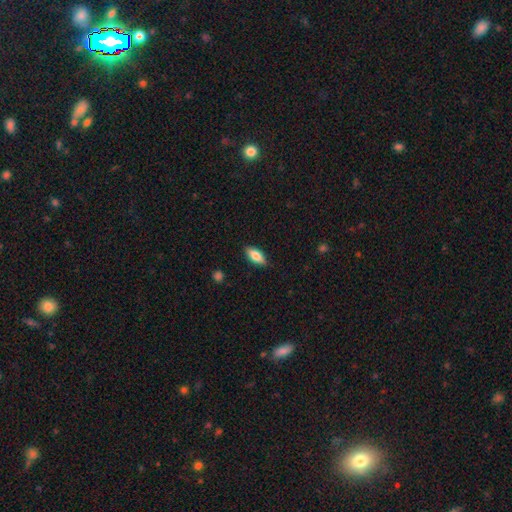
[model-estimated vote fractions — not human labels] smooth_or_featured: smooth (p=0.75) [alt: featured or disk p=0.19]
how_rounded: in between (p=0.78) [alt: cigar-shaped p=0.19]
merging: none (p=0.86) [alt: minor disturbance p=0.11]